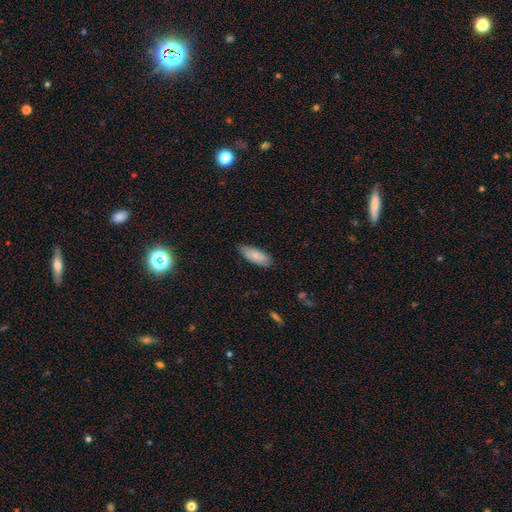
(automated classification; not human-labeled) The model was most divided on "how rounded": in between: 77%, cigar-shaped: 21%, round: 2%. More confident: merging — none (82%); smooth or featured — smooth (81%).